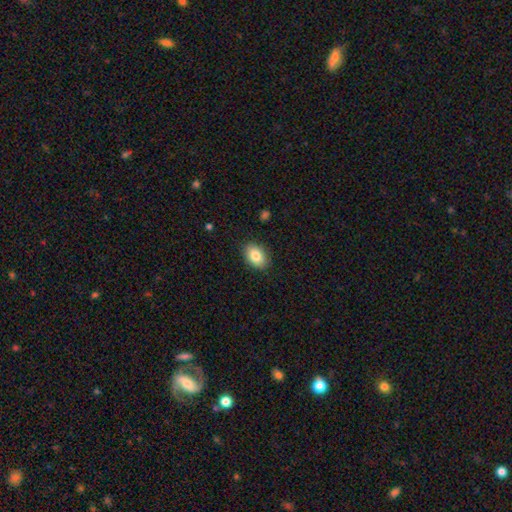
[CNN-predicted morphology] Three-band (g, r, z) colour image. It shows a smooth galaxy with no disk features (83%) that is in between round and cigar-shaped (84%). Merging: none (88%).